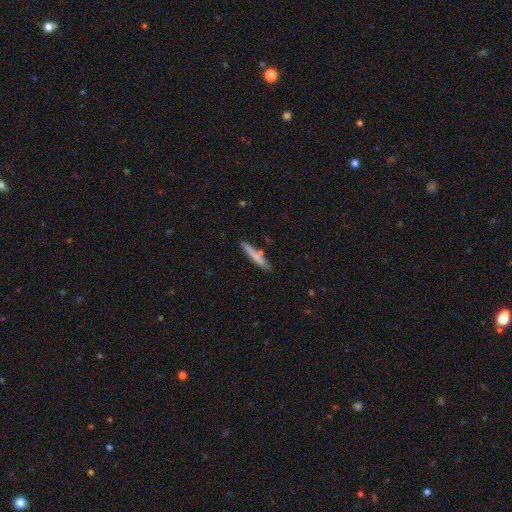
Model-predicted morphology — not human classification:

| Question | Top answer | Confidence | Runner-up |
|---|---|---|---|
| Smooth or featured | smooth | 70% | featured or disk (24%) |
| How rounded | cigar-shaped | 94% | in between (5%) |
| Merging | none | 79% | minor disturbance (12%) |